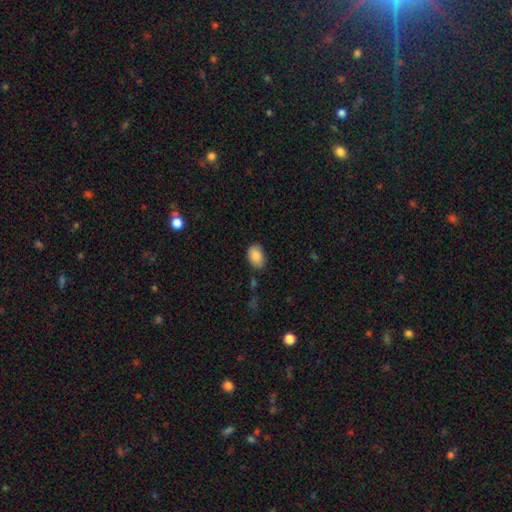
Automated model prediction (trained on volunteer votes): A smooth galaxy with no disk features (87%) that is in between round and cigar-shaped (84%). Merging: none (79%).